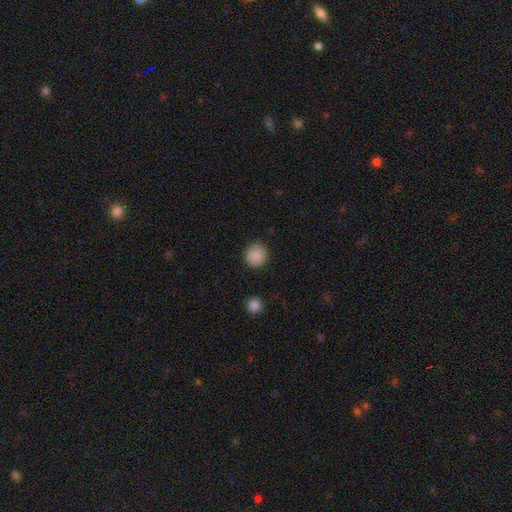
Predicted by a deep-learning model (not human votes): Morphology: type=smooth (88%); roundness=round (92%); merging=none (90%).